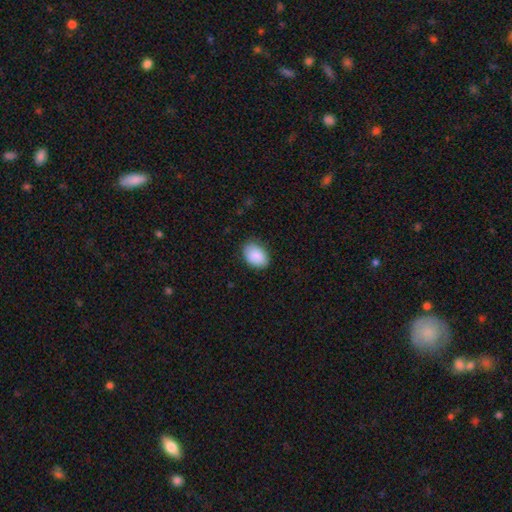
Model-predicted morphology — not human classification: Smooth or featured? Predicted: smooth (p=0.89). How rounded? Predicted: in between (p=0.83). Merging? Predicted: none (p=0.82).